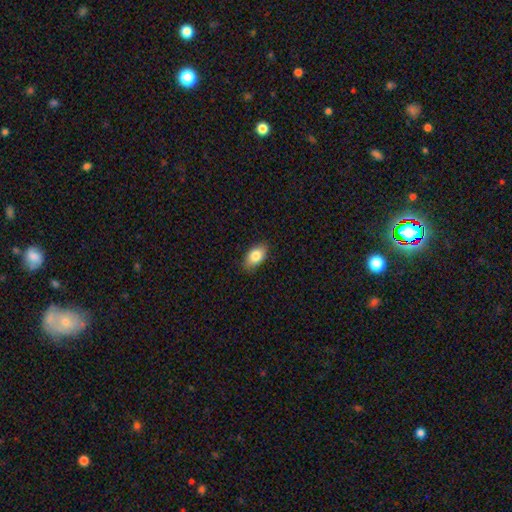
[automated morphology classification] type=smooth (82%); roundness=in between (90%); merging=none (86%).